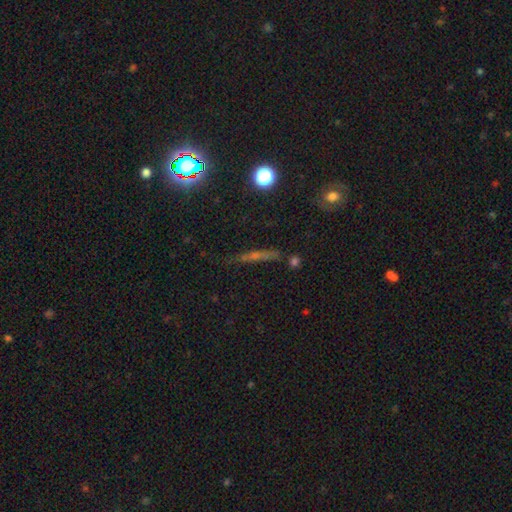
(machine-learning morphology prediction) Overall: featured or disk (41%; smooth 33%). Merging: none (81%).